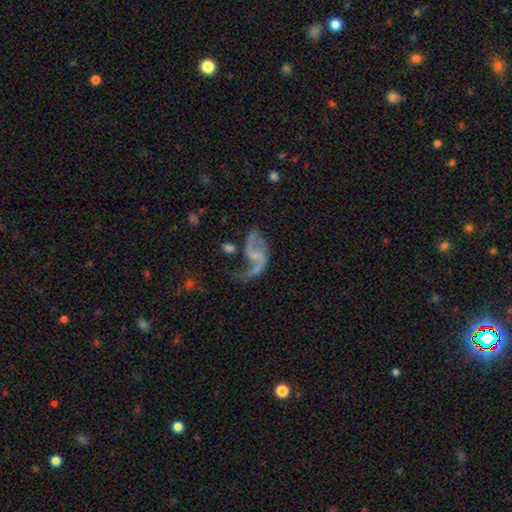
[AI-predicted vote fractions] Q: Smooth or featured?
A: featured or disk (78%); runner-up: smooth (13%)
Q: Edge-on disk?
A: no (97%); runner-up: yes (3%)
Q: Bar?
A: no (55%); runner-up: weak (35%)
Q: Spiral arms?
A: yes (85%); runner-up: no (15%)
Q: Spiral winding?
A: loose (73%); runner-up: medium (21%)
Q: Spiral arm count?
A: 2 (70%); runner-up: 1 (22%)
Q: Bulge size?
A: small (44%); runner-up: none (40%)
Q: Merging?
A: major disturbance (40%); runner-up: none (31%)